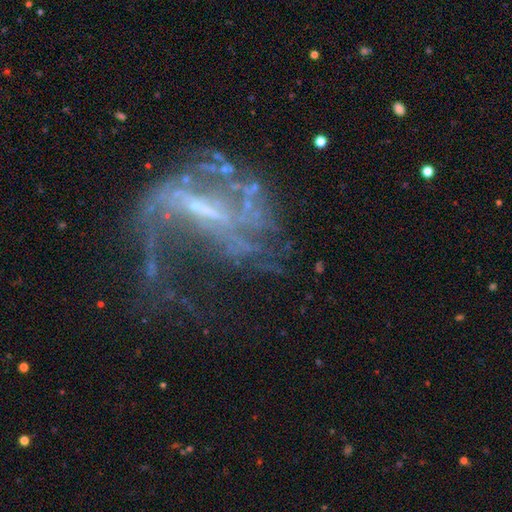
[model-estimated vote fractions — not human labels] The model was most divided on "bar": weak: 41%, strong: 37%, no: 22%. Remaining: edge-on disk — no (95%); smooth or featured — featured or disk (80%); spiral arms — yes (74%); spiral winding — loose (56%); bulge size — small (51%); merging — major disturbance (49%); spiral arm count — can't tell (33%).